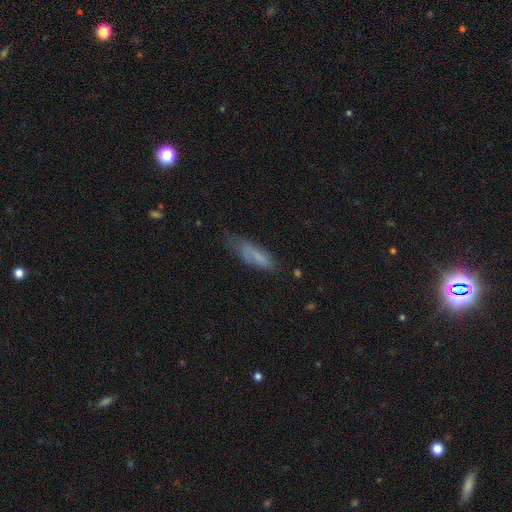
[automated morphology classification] Smooth or featured?
  - smooth: 63% *
  - featured or disk: 28%
  - star or artifact: 9%
How rounded?
  - cigar-shaped: 51% *
  - in between: 47%
  - round: 2%
Merging?
  - none: 50% *
  - minor disturbance: 32%
  - major disturbance: 15%
  - merger: 3%